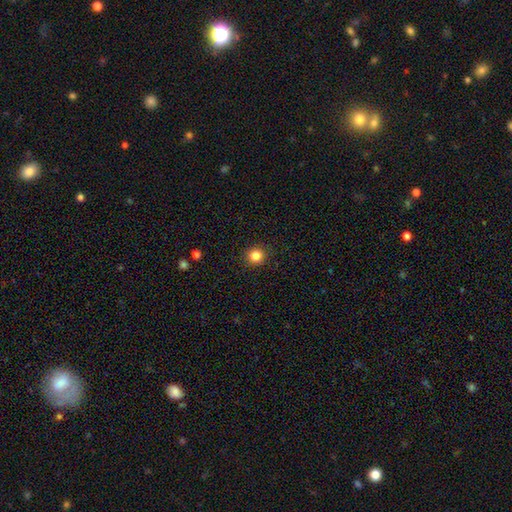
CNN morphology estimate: Smooth or featured? Predicted: smooth (p=0.84). How rounded? Predicted: round (p=0.91). Merging? Predicted: none (p=0.91).